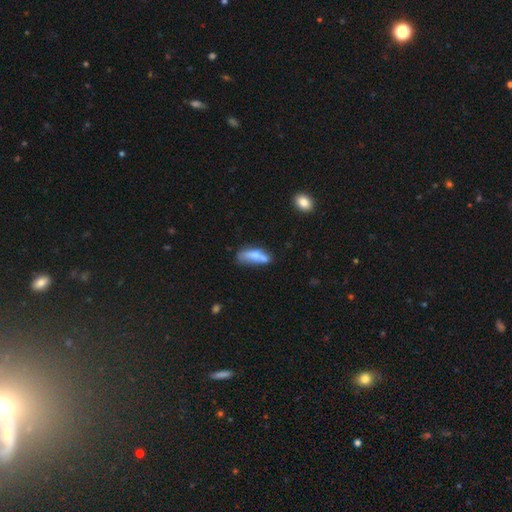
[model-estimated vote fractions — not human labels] smooth-or-featured: smooth: 66% | featured or disk: 25% | star or artifact: 8%
  how-rounded: in between: 57% | cigar-shaped: 40% | round: 3%
  merging: none: 40% | minor disturbance: 25% | merger: 23% | major disturbance: 11%